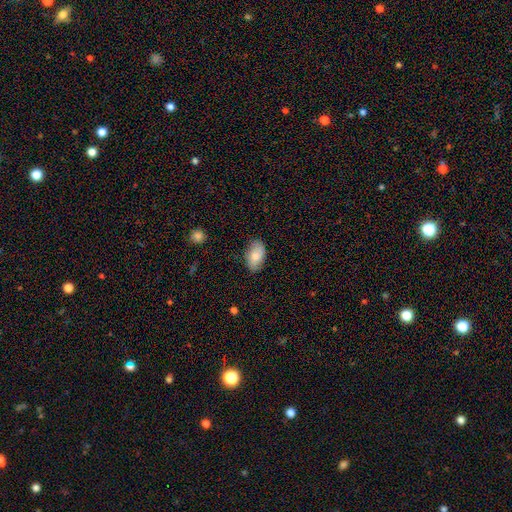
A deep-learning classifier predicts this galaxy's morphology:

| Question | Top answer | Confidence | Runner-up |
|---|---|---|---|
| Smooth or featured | smooth | 76% | featured or disk (18%) |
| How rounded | in between | 93% | round (5%) |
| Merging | none | 81% | minor disturbance (15%) |